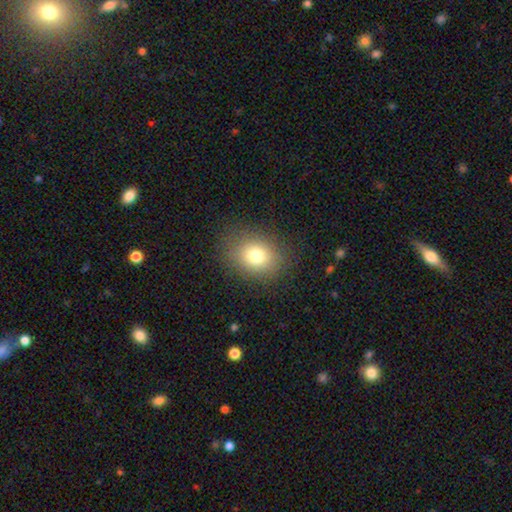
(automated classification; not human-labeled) smooth_or_featured: smooth (p=0.77) [alt: star or artifact p=0.13]
how_rounded: round (p=0.54) [alt: in between p=0.45]
merging: none (p=0.84) [alt: minor disturbance p=0.10]